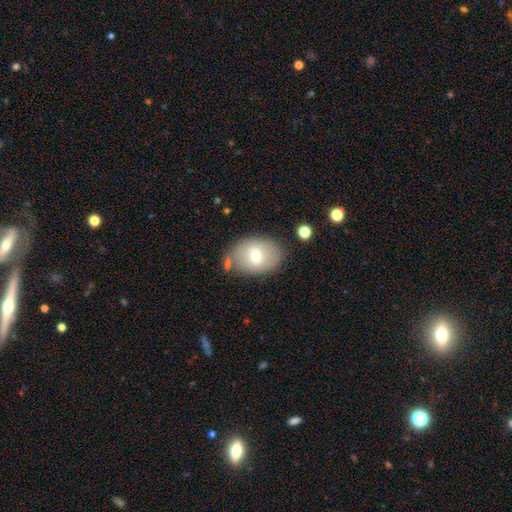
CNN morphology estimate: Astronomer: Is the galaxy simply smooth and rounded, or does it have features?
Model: smooth — 69%.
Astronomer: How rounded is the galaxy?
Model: in between — 78%.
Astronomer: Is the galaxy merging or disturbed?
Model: none — 70%.